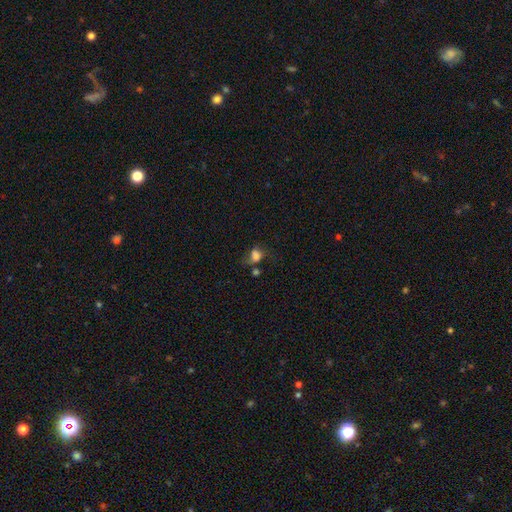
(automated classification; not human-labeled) Smooth or featured? Predicted: smooth (p=0.67). How rounded? Predicted: in between (p=0.64). Merging? Predicted: none (p=0.32).